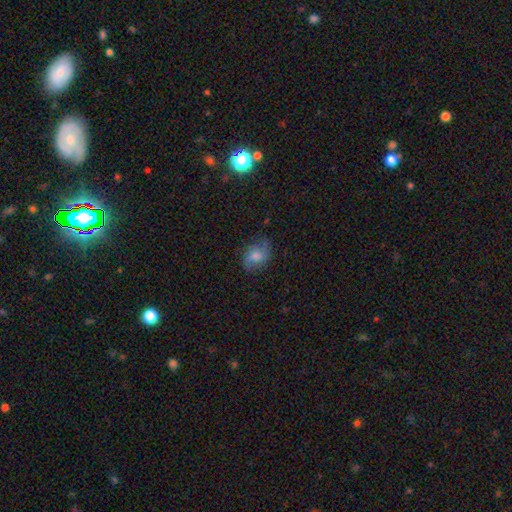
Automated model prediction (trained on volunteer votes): Smooth or featured?
  - featured or disk: 44% *
  - smooth: 43%
  - star or artifact: 13%
Merging?
  - none: 71% *
  - minor disturbance: 20%
  - major disturbance: 7%
  - merger: 1%